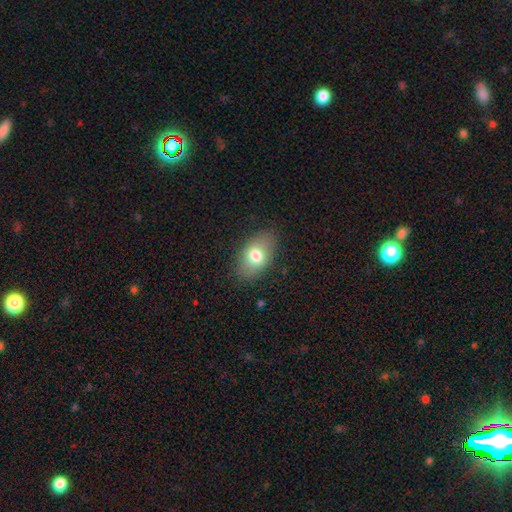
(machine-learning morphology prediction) Smooth or featured? Predicted: smooth (p=0.74). How rounded? Predicted: in between (p=0.88). Merging? Predicted: none (p=0.84).